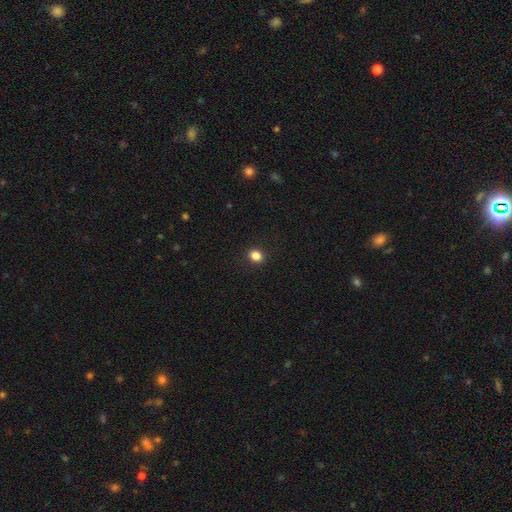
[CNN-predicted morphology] Q: Smooth or featured?
A: smooth (85%); runner-up: star or artifact (11%)
Q: How rounded?
A: round (52%); runner-up: in between (47%)
Q: Merging?
A: none (90%); runner-up: minor disturbance (7%)